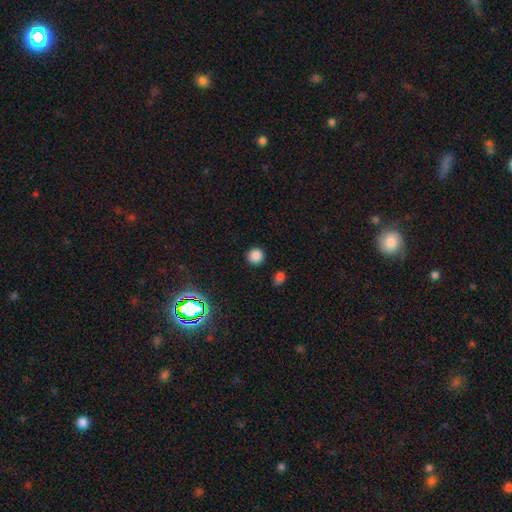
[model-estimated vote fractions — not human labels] Overall: smooth (85%). How rounded: round (93%). Merging: none (91%).